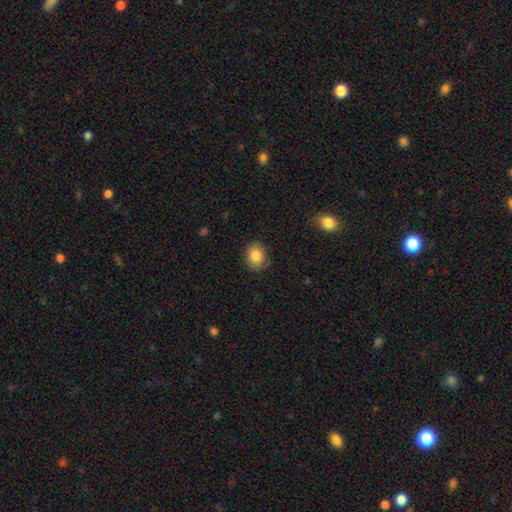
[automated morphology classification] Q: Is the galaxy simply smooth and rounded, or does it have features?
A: smooth — 85%.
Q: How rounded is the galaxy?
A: round — 52%.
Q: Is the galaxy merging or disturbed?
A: none — 85%.